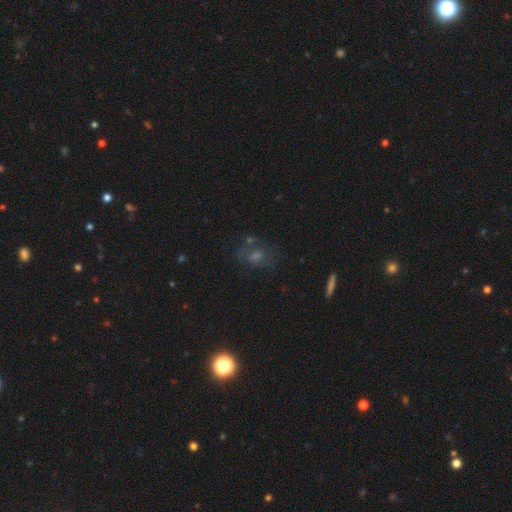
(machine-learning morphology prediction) smooth_or_featured: smooth (p=0.35) [alt: star or artifact p=0.33]
merging: none (p=0.63) [alt: minor disturbance p=0.17]